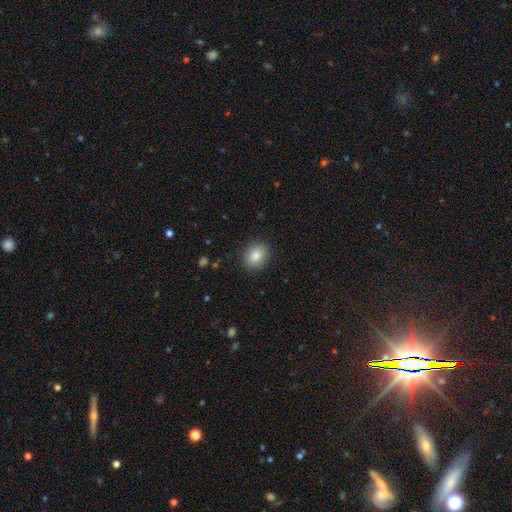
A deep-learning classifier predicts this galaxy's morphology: A smooth galaxy with no disk features (85%) that is in between round and cigar-shaped (53%). Merging: none (88%).